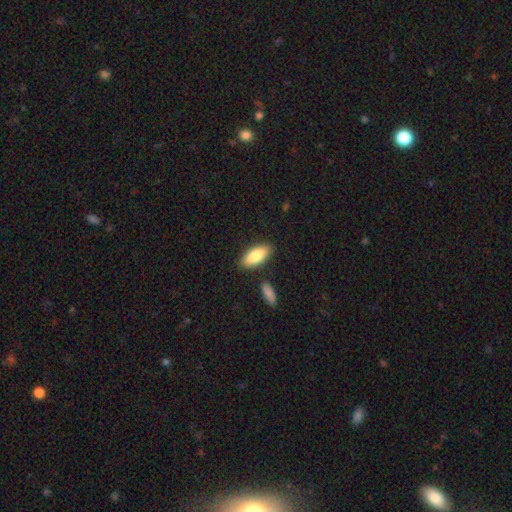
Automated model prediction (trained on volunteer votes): Morphology: type=smooth (80%); roundness=in between (80%); merging=none (82%).